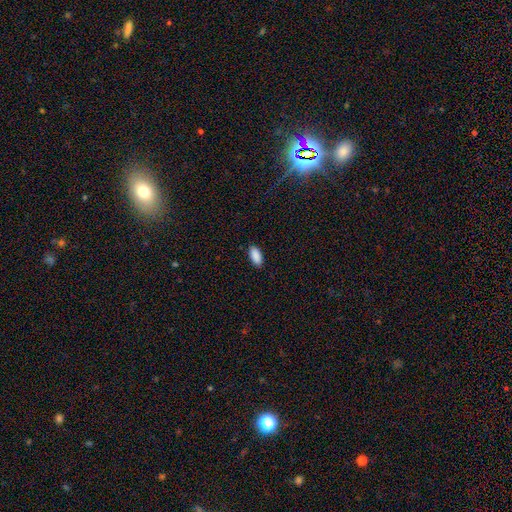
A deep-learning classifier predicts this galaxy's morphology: Q: Smooth or featured?
A: smooth (90%); runner-up: star or artifact (7%)
Q: How rounded?
A: in between (91%); runner-up: cigar-shaped (7%)
Q: Merging?
A: none (88%); runner-up: minor disturbance (9%)